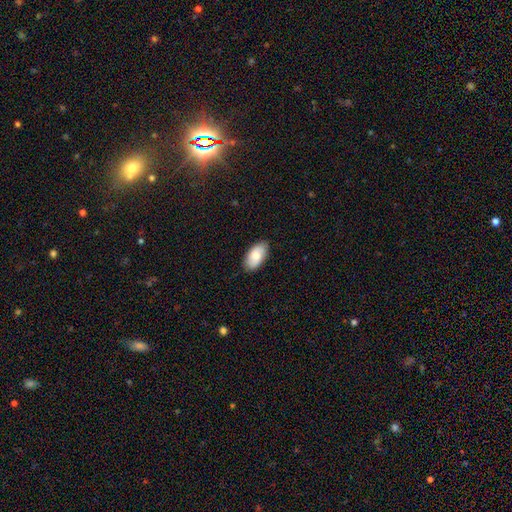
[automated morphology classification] A smooth galaxy with no disk features (80%) that is in between round and cigar-shaped (95%). Merging: none (86%).